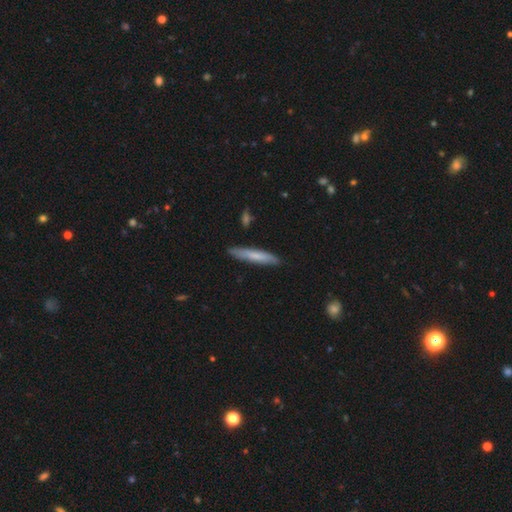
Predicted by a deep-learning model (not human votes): Overall: smooth (69%). How rounded: cigar-shaped (92%). Merging: none (85%).